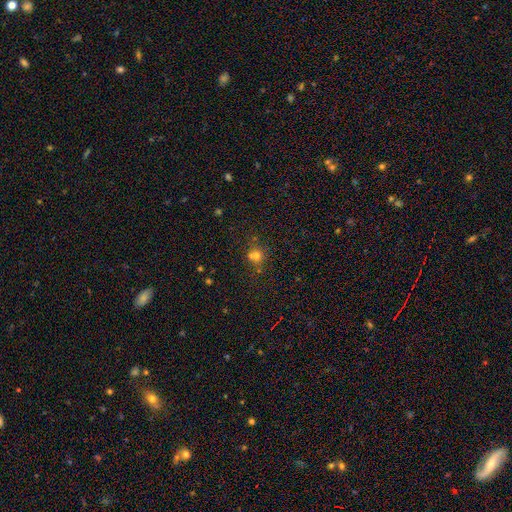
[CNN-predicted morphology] Overall: smooth (65%). How rounded: round (85%). Merging: none (52%; merger 35%).